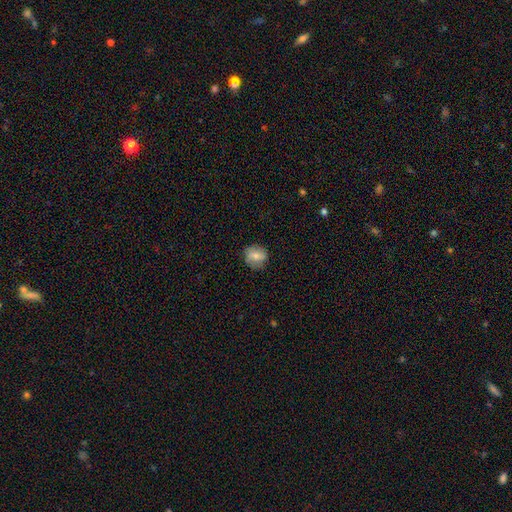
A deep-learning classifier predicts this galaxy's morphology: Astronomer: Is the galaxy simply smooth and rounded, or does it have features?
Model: smooth — 68%.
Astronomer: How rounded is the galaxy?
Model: round — 80%.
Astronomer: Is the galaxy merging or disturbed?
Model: none — 79%.